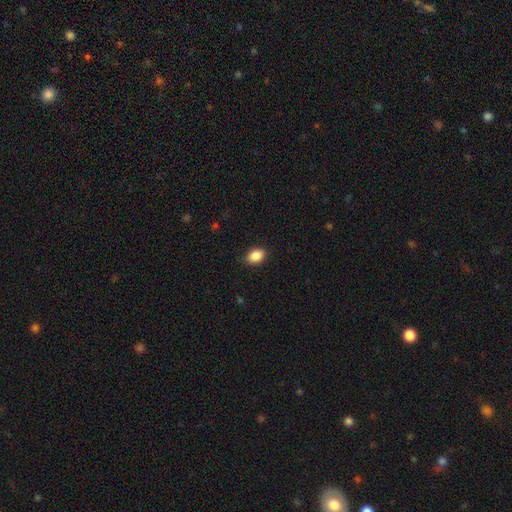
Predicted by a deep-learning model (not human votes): The model was most divided on "how rounded": in between: 82%, round: 17%, cigar-shaped: 1%. More confident: smooth or featured — smooth (88%); merging — none (84%).